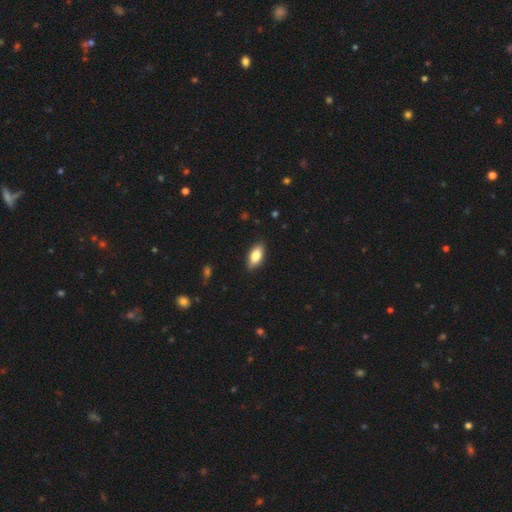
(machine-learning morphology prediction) Q: Smooth or featured?
A: smooth (79%); runner-up: featured or disk (14%)
Q: How rounded?
A: in between (86%); runner-up: cigar-shaped (11%)
Q: Merging?
A: none (86%); runner-up: minor disturbance (11%)